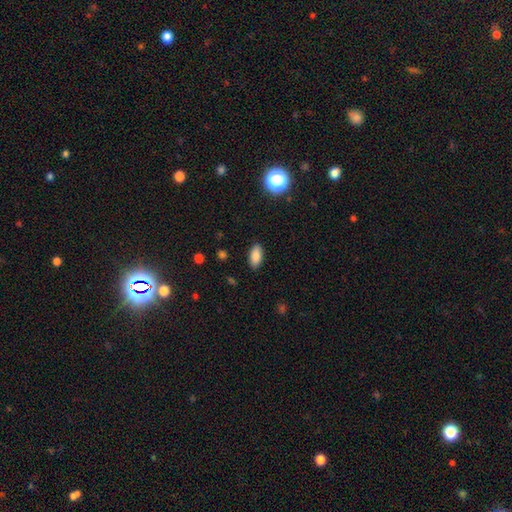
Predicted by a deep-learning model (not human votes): This appears to be a smooth galaxy with no disk features (86%) that is in between round and cigar-shaped (90%). Merging: none (89%).